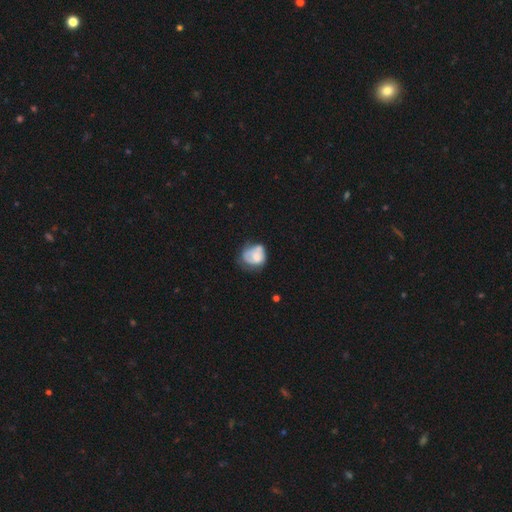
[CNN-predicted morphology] The model was most divided on "merging": none: 34%, minor disturbance: 33%, major disturbance: 22%, merger: 11%. More confident: how rounded — round (61%); smooth or featured — smooth (55%).